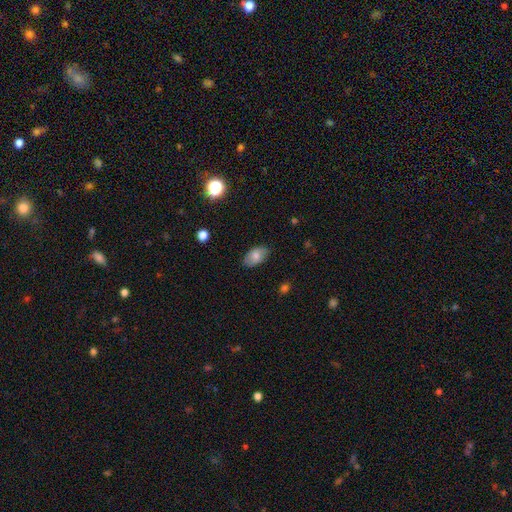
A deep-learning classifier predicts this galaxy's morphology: smooth_or_featured: smooth (p=0.76) [alt: featured or disk p=0.16]
how_rounded: in between (p=0.93) [alt: round p=0.05]
merging: none (p=0.82) [alt: minor disturbance p=0.14]